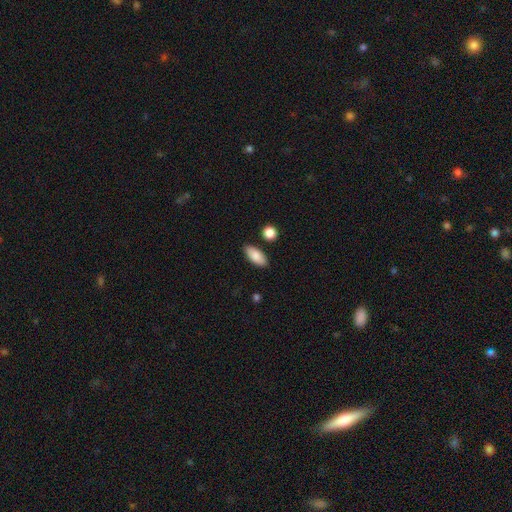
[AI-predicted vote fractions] Morphology: type=smooth (86%); roundness=in between (87%); merging=none (85%).